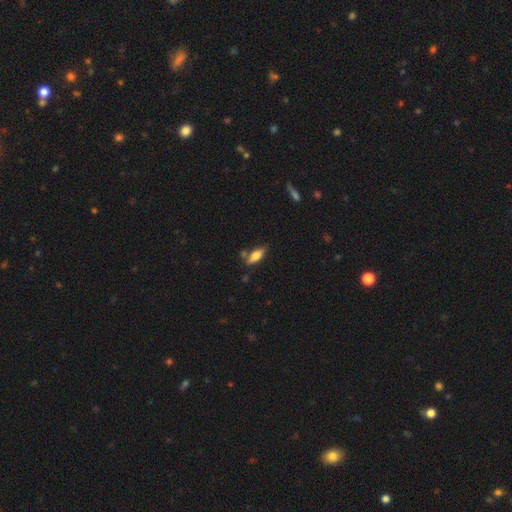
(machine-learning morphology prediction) This appears to be a smooth galaxy with no disk features (68%) that is in between round and cigar-shaped (64%). Merging: none (74%).